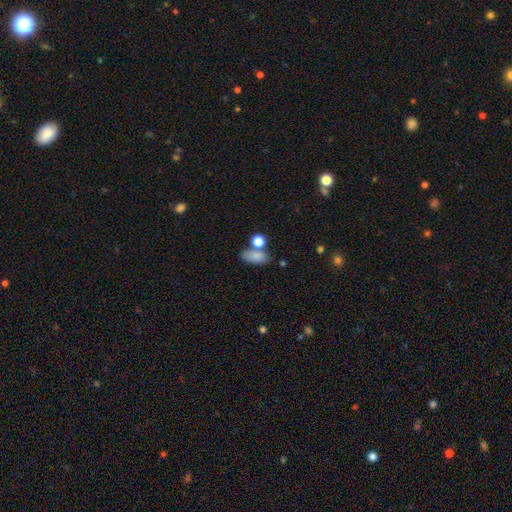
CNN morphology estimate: A smooth galaxy with no disk features (81%) that is in between round and cigar-shaped (84%). Merging: none (56%).